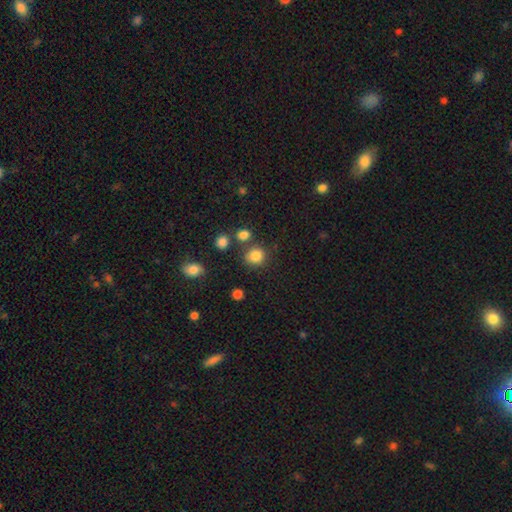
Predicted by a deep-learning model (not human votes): smooth_or_featured: smooth (p=0.82) [alt: star or artifact p=0.13]
how_rounded: round (p=0.85) [alt: in between p=0.15]
merging: none (p=0.76) [alt: minor disturbance p=0.10]